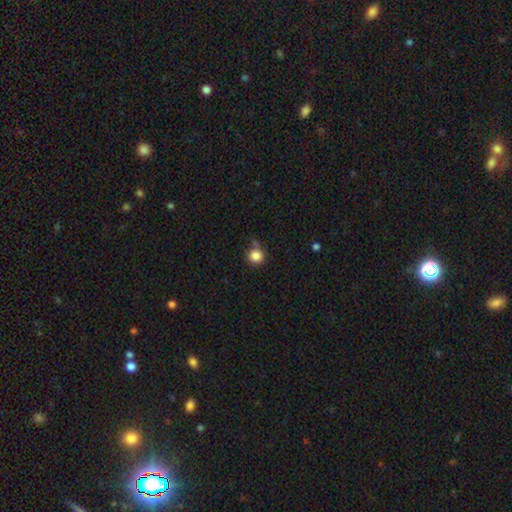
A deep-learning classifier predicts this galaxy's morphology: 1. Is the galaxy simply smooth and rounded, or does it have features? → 85% smooth, 10% star or artifact, 5% featured or disk.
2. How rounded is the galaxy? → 91% round, 8% in between, 1% cigar-shaped.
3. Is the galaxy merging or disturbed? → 64% none, 21% minor disturbance, 9% major disturbance, 6% merger.